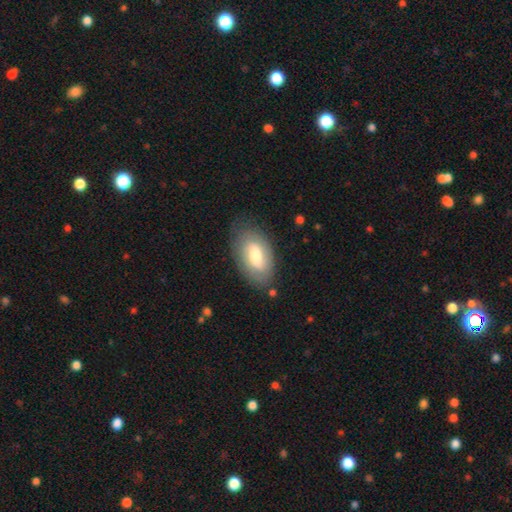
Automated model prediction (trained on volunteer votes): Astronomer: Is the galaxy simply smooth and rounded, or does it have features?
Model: smooth — 51% (runner-up: featured or disk, 42%).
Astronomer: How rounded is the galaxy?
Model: in between — 92%.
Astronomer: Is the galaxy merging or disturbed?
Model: none — 75%.